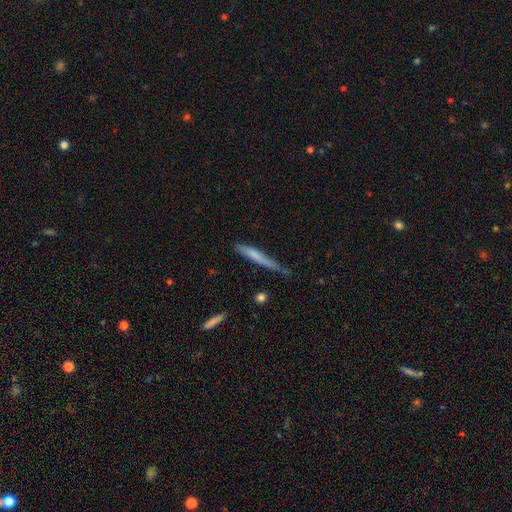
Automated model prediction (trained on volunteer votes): The model was most divided on "merging": none: 53%, minor disturbance: 35%, major disturbance: 9%, merger: 4%. More confident: how rounded — cigar-shaped (95%); smooth or featured — smooth (64%).